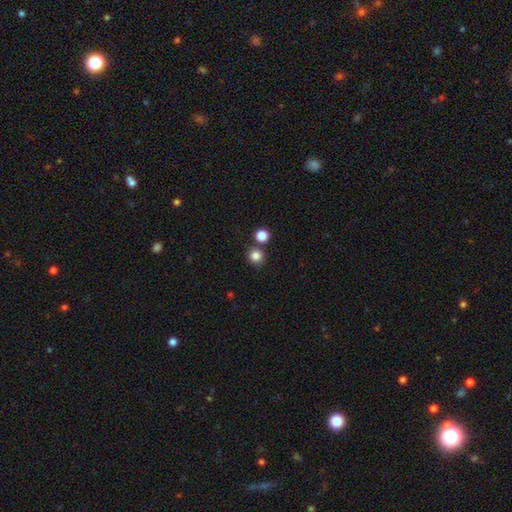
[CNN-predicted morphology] Smooth or featured? smooth (84%)
How rounded? round (92%)
Merging? none (78%)